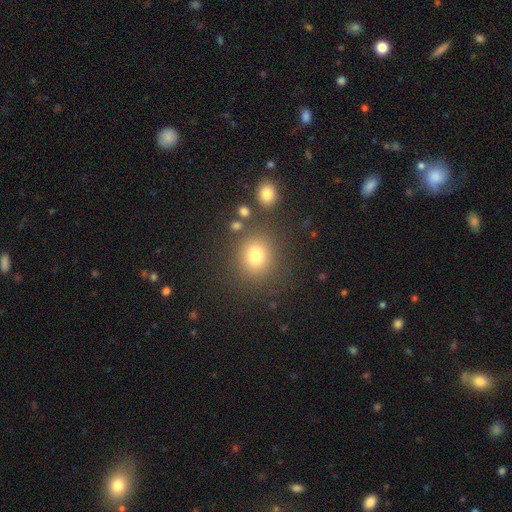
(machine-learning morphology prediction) The model was most divided on "how rounded": round: 78%, in between: 21%, cigar-shaped: 1%. More confident: merging — none (80%); smooth or featured — smooth (78%).